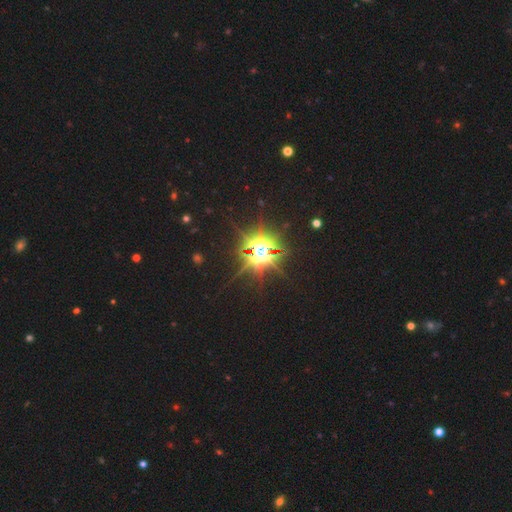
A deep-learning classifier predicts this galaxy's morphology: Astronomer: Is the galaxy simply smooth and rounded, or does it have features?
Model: star or artifact — 86%.